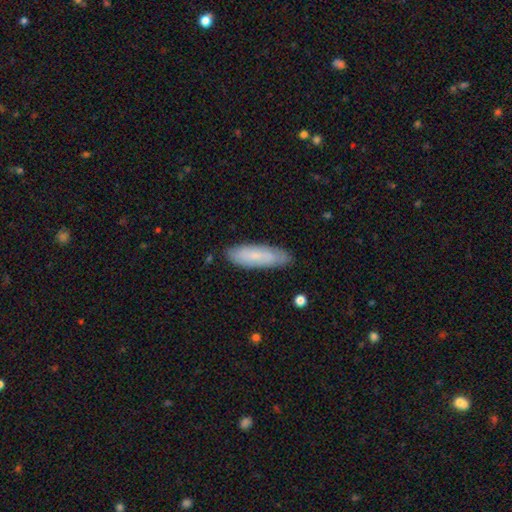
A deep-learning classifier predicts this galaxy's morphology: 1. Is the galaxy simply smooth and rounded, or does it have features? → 70% smooth, 24% featured or disk, 6% star or artifact.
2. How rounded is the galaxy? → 52% in between, 47% cigar-shaped, 2% round.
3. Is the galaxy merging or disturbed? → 79% none, 16% minor disturbance, 3% major disturbance, 2% merger.